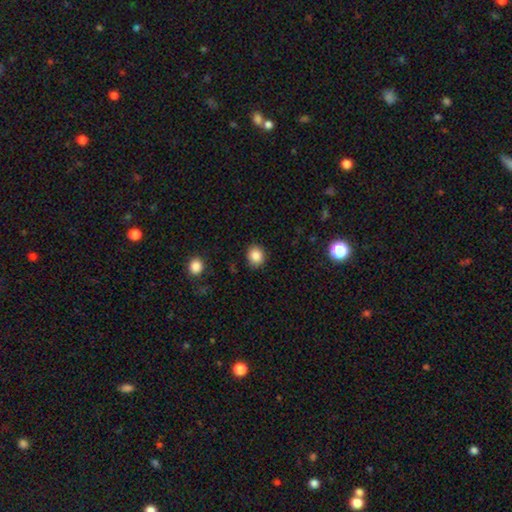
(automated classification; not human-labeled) This is clearly a smooth galaxy (86%). How rounded: likely round (79%). Merging: clearly none (88%).